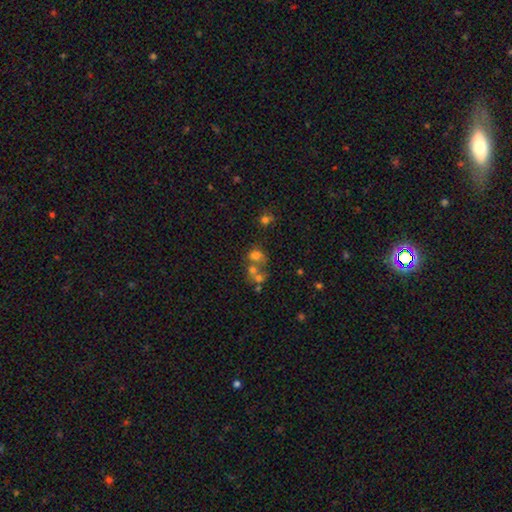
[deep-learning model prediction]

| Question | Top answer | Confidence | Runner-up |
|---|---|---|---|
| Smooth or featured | smooth | 62% | featured or disk (21%) |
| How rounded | round | 51% | in between (48%) |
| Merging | merger | 52% | none (29%) |